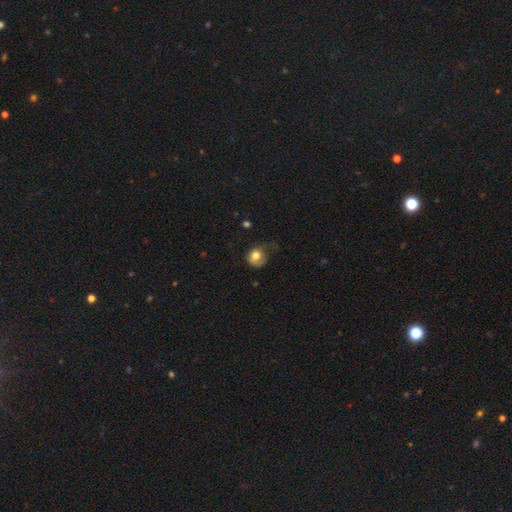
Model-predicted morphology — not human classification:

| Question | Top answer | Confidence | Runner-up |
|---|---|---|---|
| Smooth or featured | smooth | 74% | featured or disk (17%) |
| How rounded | round | 72% | in between (27%) |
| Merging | none | 42% | minor disturbance (32%) |